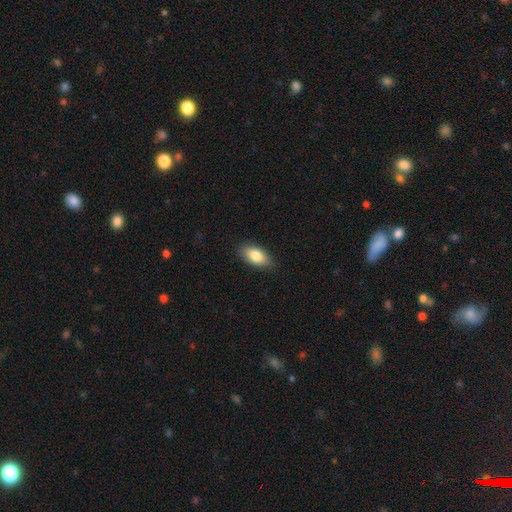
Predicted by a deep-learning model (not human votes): A smooth galaxy with no disk features (82%) that is in between round and cigar-shaped (90%).

Vote fractions:
- Smooth or featured? smooth: 82% / featured or disk: 11% / star or artifact: 7%
- How rounded? in between: 90% / cigar-shaped: 5% / round: 5%
- Merging? none: 85% / minor disturbance: 12% / major disturbance: 2% / merger: 1%